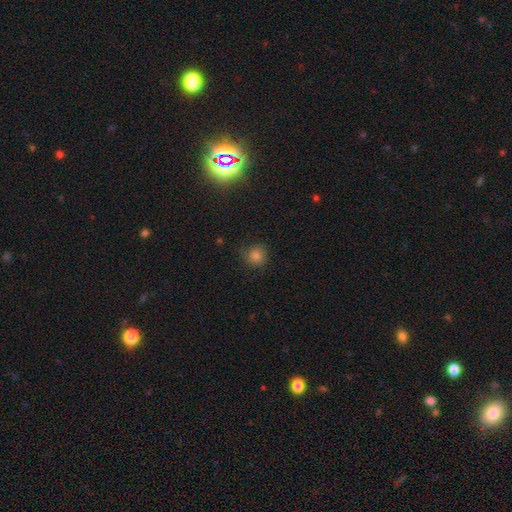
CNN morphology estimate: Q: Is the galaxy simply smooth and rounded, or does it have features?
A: smooth — 77%.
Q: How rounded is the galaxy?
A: round — 88%.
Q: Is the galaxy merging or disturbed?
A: none — 76%.